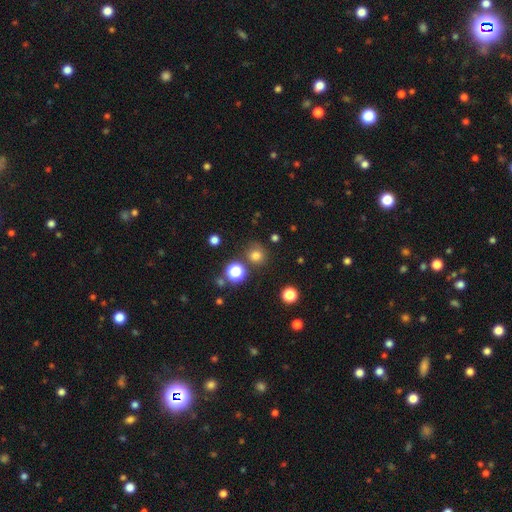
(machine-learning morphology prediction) The model was most divided on "smooth or featured": smooth: 74%, star or artifact: 20%, featured or disk: 6%. More confident: how rounded — round (91%); merging — none (80%).